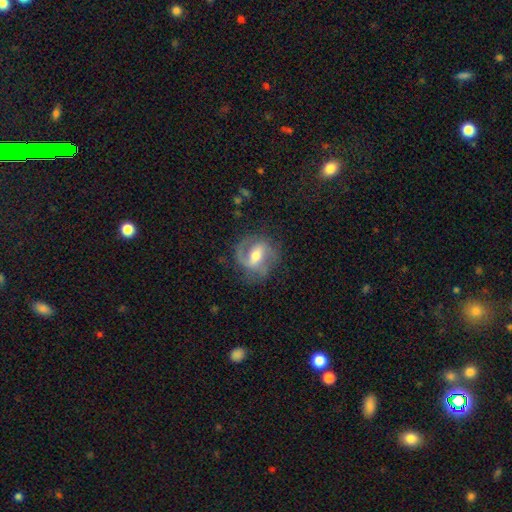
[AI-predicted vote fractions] smooth-or-featured: featured or disk: 80% | smooth: 14% | star or artifact: 6%
  disk-edge-on: no: 97% | yes: 3%
    bar: weak: 46% | strong: 37% | no: 17%
    has-spiral-arms: yes: 92% | no: 8%
      spiral-winding: medium: 51% | loose: 25% | tight: 23%
      spiral-arm-count: 2: 76% | 1: 11% | can't tell: 7% | 3: 4% | 4: 1% | more than 4: 1%
    bulge-size: moderate: 65% | small: 21% | large: 12% | none: 2% | dominant: 1%
  merging: none: 70% | minor disturbance: 18% | major disturbance: 11% | merger: 1%